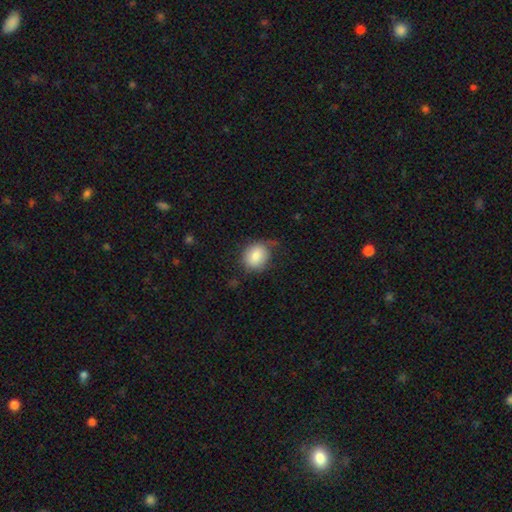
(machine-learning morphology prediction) Smooth or featured? smooth (81%)
How rounded? round (73%)
Merging? none (64%)